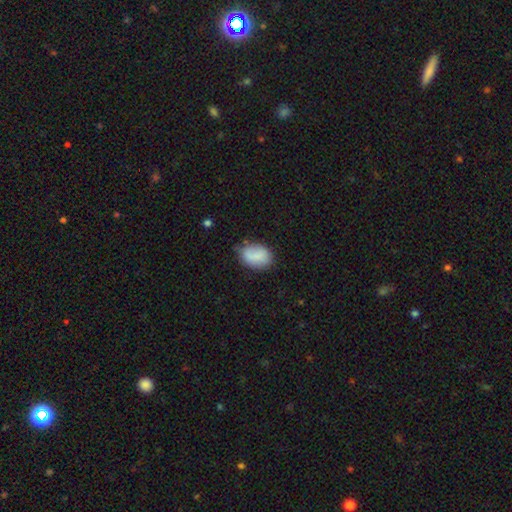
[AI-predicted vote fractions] This appears to be a smooth galaxy with no disk features (80%) that is in between round and cigar-shaped (81%). Merging: none (66%).